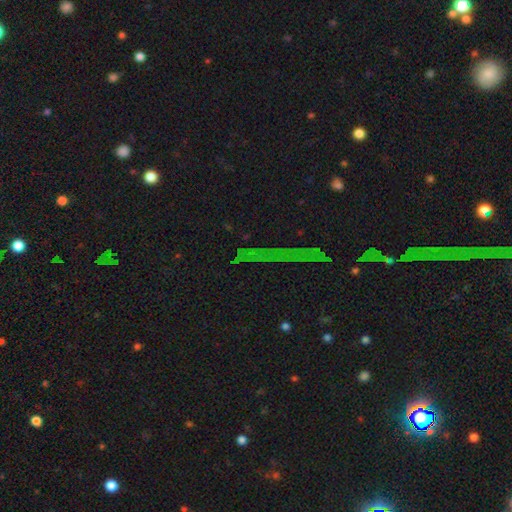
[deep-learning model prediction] This appears to be a star or artifact, not a galaxy (74%).